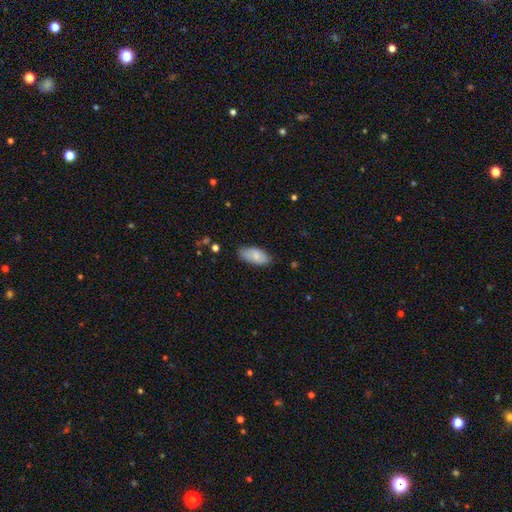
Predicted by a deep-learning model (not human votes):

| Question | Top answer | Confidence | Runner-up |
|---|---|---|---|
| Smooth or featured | smooth | 81% | featured or disk (13%) |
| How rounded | in between | 92% | cigar-shaped (6%) |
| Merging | none | 78% | minor disturbance (18%) |